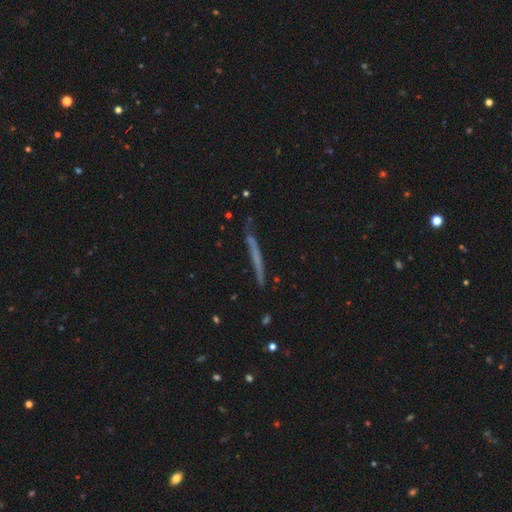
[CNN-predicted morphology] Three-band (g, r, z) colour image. It shows a featured or disk galaxy (50%) viewed edge-on (93%). Merging: none (78%).